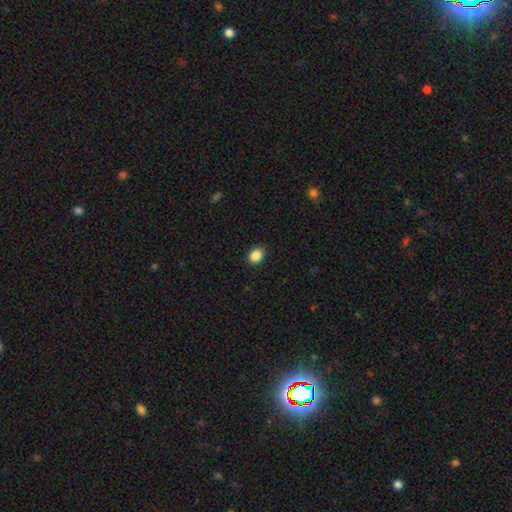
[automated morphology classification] smooth 87%, star or artifact 10%, featured or disk 3%. Down the decision tree: how rounded — in between (55%); merging — none (88%).